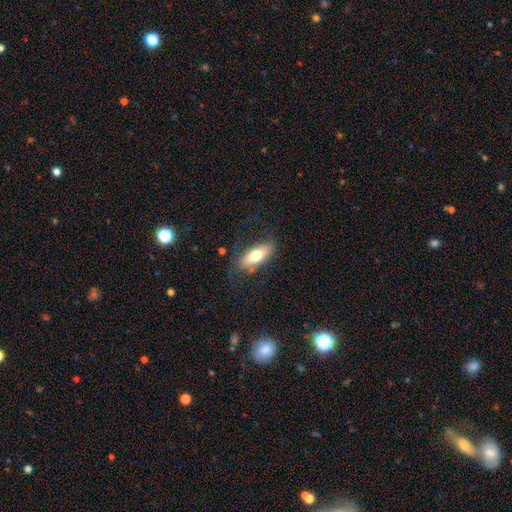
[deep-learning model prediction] Overall: smooth (67%; featured or disk 27%). How rounded: in between (71%). Merging: none (71%).